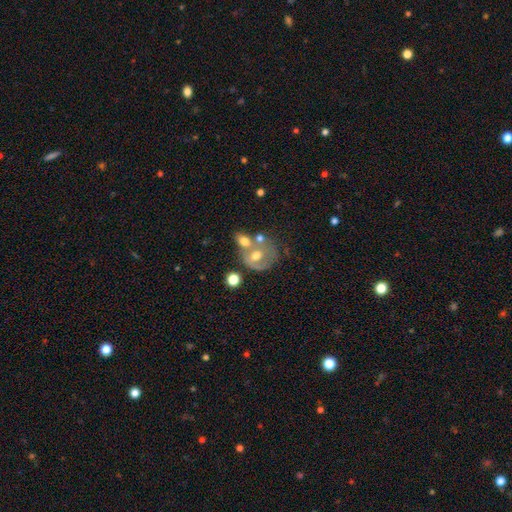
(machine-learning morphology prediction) Overall: featured or disk (53%; smooth 37%). Edge-on disk: no (96%). Bar: no (77%). Spiral arms: no (64%; yes 36%). Bulge size: moderate (70%). Merging: merger (44%; none 28%).